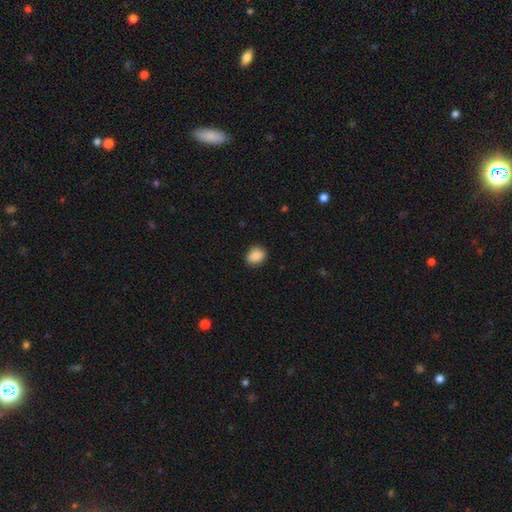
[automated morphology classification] smooth 88%, star or artifact 8%, featured or disk 4%. Down the decision tree: how rounded — in between (55%); merging — none (86%).